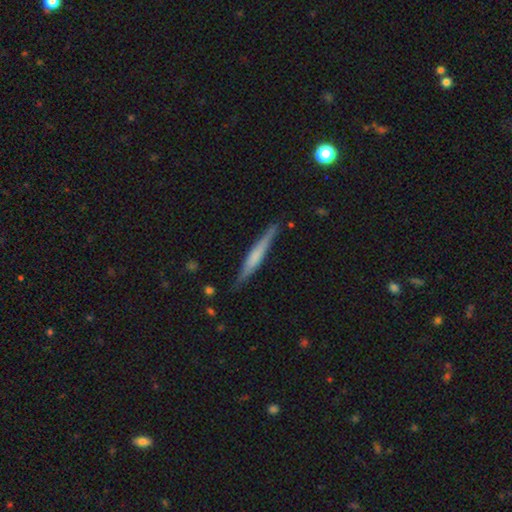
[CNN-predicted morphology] The model was most divided on "smooth or featured" (2-way tie): featured or disk: 47%, smooth: 47%, star or artifact: 5%. More confident: merging — none (86%).